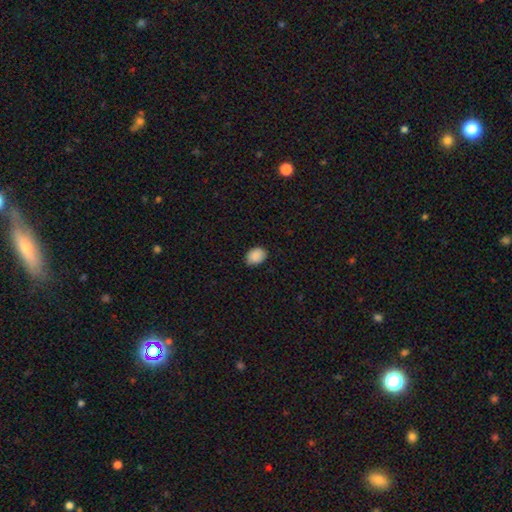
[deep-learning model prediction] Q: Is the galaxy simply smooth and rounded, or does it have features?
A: smooth — 90%.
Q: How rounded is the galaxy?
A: in between — 68%.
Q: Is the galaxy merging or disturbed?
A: none — 82%.